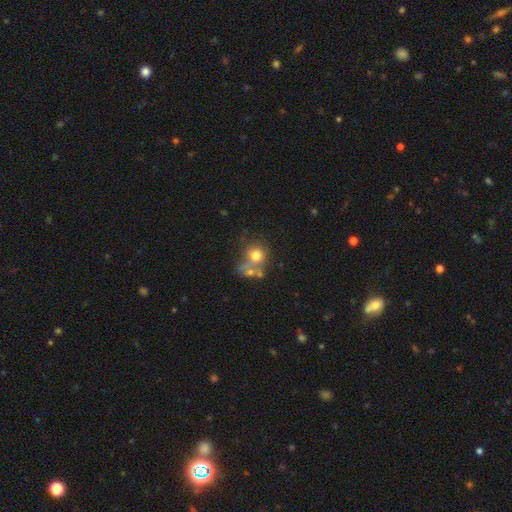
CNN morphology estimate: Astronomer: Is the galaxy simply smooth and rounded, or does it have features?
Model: smooth — 70%.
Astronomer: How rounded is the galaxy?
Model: round — 79%.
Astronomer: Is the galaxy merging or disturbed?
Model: none — 40% (runner-up: merger, 37%).